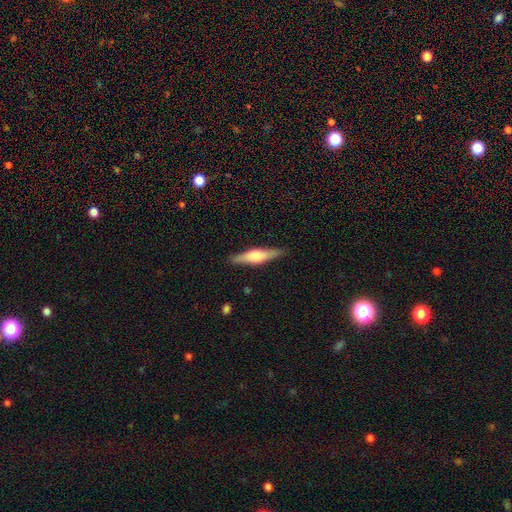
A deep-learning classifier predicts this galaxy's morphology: Smooth or featured? featured or disk (57%)
Edge-on disk? yes (96%)
Edge-on bulge? rounded (84%)
Merging? none (89%)